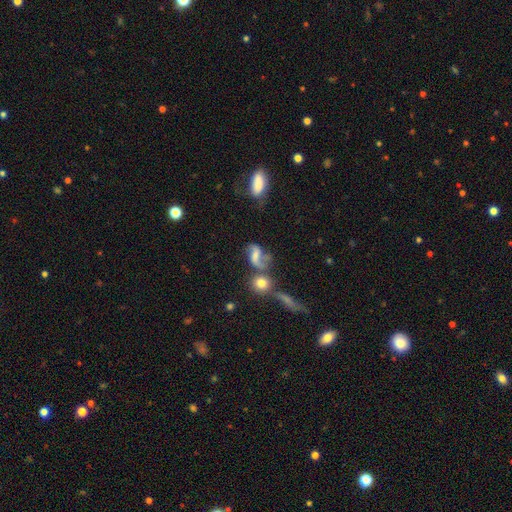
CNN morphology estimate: Smooth or featured? Predicted: featured or disk (p=0.59). Edge-on disk? Predicted: no (p=0.95). Bar? Predicted: weak (p=0.40). Spiral arms? Predicted: yes (p=0.86). Bulge size? Predicted: none (p=0.31). Merging? Predicted: none (p=0.40).